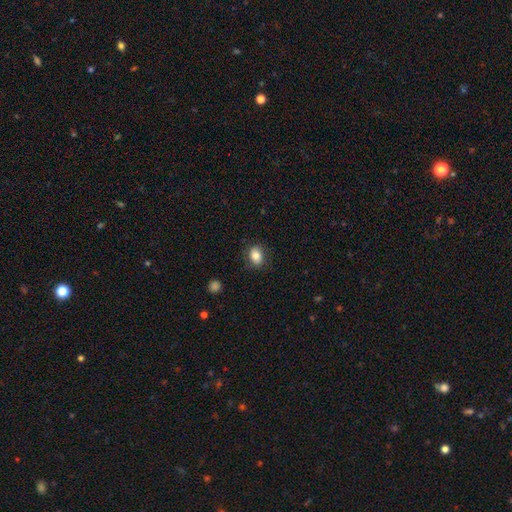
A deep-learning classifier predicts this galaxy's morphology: Overall: smooth (83%). How rounded: in between (62%; round 37%). Merging: none (82%).